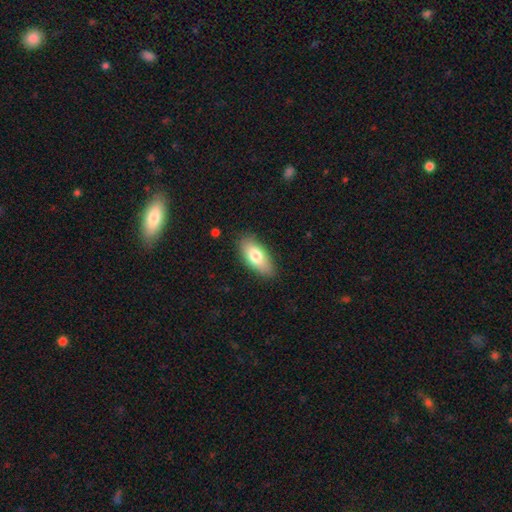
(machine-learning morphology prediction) Smooth or featured?
  - smooth: 76% *
  - featured or disk: 17%
  - star or artifact: 7%
How rounded?
  - in between: 87% *
  - cigar-shaped: 10%
  - round: 3%
Merging?
  - none: 84% *
  - minor disturbance: 12%
  - major disturbance: 3%
  - merger: 1%